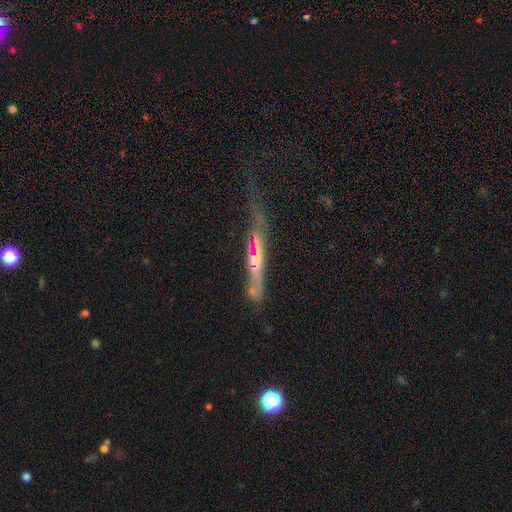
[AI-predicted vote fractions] Overall: featured or disk (64%; smooth 26%). Edge-on disk: yes (82%). Edge-on bulge: none (53%; rounded 29%). Merging: none (37%; major disturbance 29%).